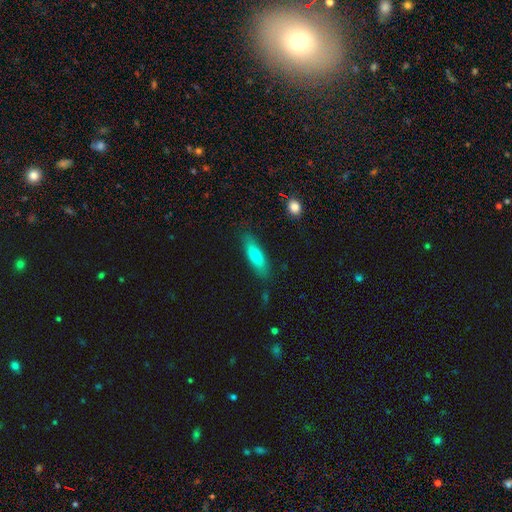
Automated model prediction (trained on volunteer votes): This is likely a smooth galaxy (71%). How rounded: possibly in between (49%, tied with cigar-shaped). Merging: clearly none (83%).